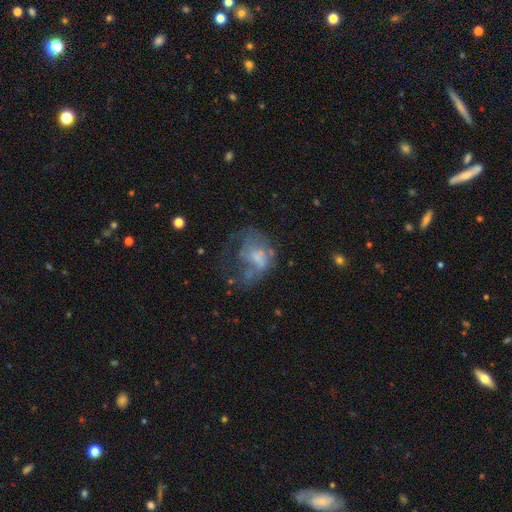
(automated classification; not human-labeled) This is possibly a featured or disk galaxy (52%). It is clearly not viewed edge-on (97%). Bar: likely no (75%). Spiral arm pattern: likely no (74%). Central bulge: marginally none (43%). Merging: possibly major disturbance (49%).